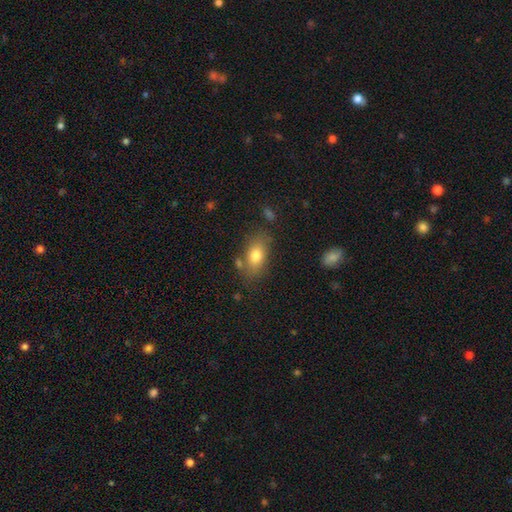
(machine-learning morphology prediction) type=smooth (78%); roundness=in between (86%); merging=none (72%).